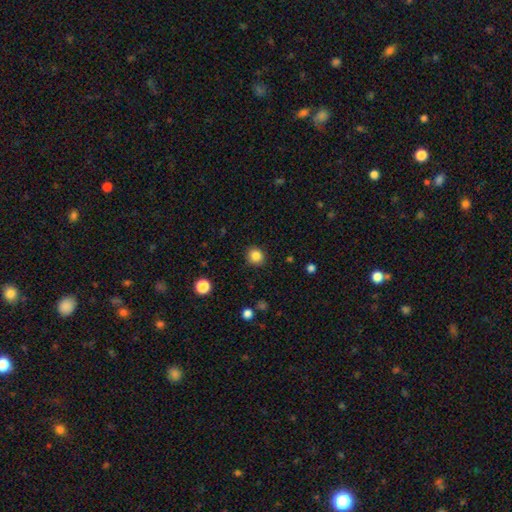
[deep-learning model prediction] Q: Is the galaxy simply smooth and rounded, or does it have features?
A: smooth — 85%.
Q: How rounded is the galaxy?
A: round — 85%.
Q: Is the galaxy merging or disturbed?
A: none — 90%.